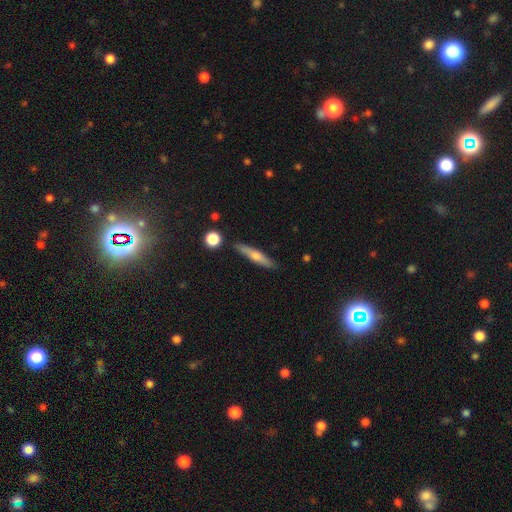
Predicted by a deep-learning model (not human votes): Smooth or featured?
  - smooth: 50% *
  - featured or disk: 44%
  - star or artifact: 6%
Merging?
  - none: 85% *
  - minor disturbance: 10%
  - merger: 3%
  - major disturbance: 2%